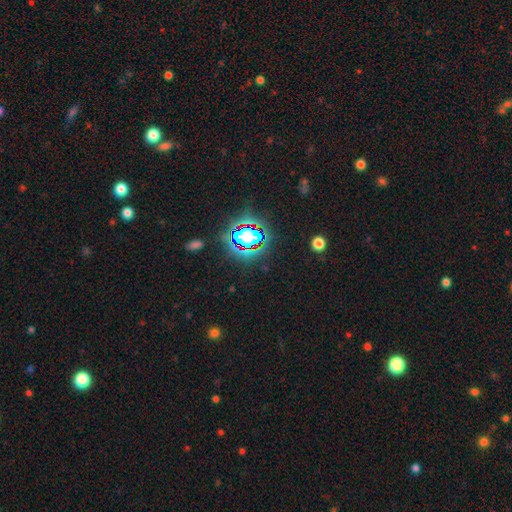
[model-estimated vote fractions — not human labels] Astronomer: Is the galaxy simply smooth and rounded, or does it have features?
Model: star or artifact — 82%.